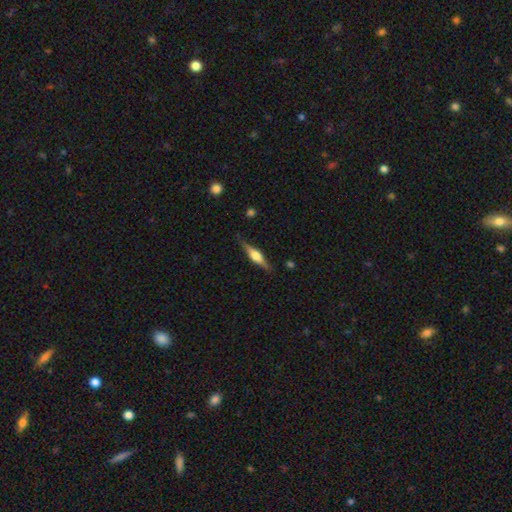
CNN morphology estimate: Q: Smooth or featured?
A: featured or disk (70%); runner-up: smooth (24%)
Q: Edge-on disk?
A: yes (97%); runner-up: no (3%)
Q: Edge-on bulge?
A: rounded (88%); runner-up: boxy (10%)
Q: Merging?
A: none (84%); runner-up: minor disturbance (12%)